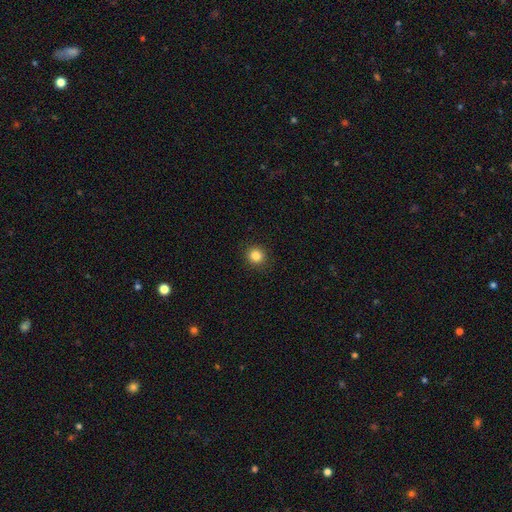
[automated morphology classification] This is clearly a smooth galaxy (85%). How rounded: clearly round (88%). Merging: clearly none (90%).